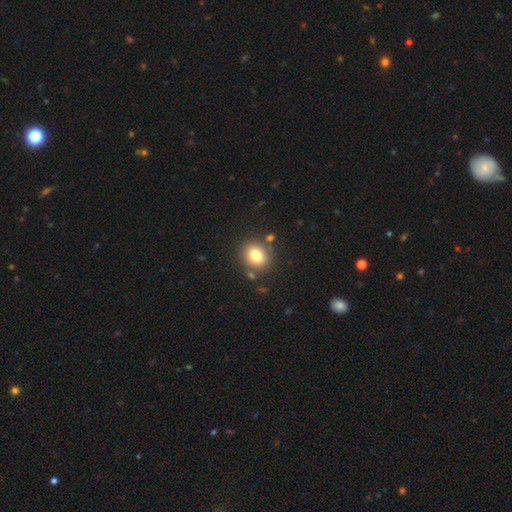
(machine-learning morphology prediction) Smooth or featured?
  - smooth: 79% *
  - star or artifact: 11%
  - featured or disk: 10%
How rounded?
  - round: 61% *
  - in between: 38%
  - cigar-shaped: 1%
Merging?
  - none: 80% *
  - minor disturbance: 10%
  - merger: 6%
  - major disturbance: 4%